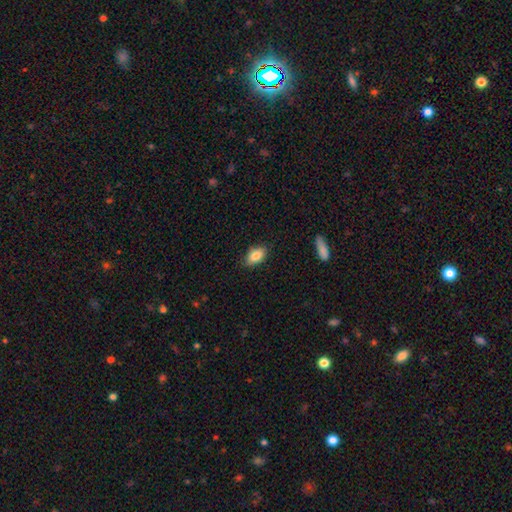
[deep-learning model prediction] A smooth galaxy with no disk features (85%) that is in between round and cigar-shaped (90%).

Vote fractions:
- Smooth or featured? smooth: 85% / featured or disk: 8% / star or artifact: 7%
- How rounded? in between: 90% / round: 6% / cigar-shaped: 4%
- Merging? none: 82% / minor disturbance: 14% / major disturbance: 2% / merger: 1%